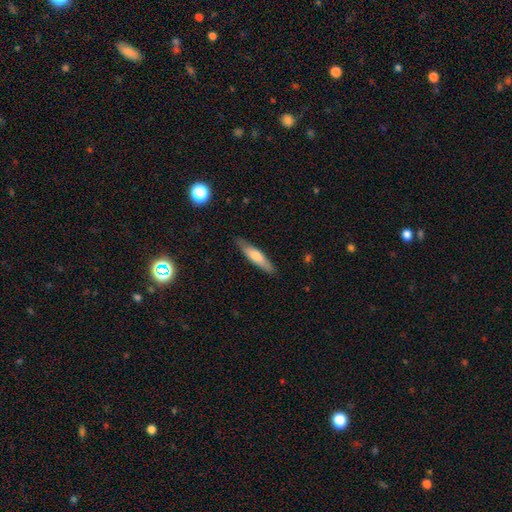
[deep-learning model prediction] The model was most divided on "smooth or featured": smooth: 58%, featured or disk: 35%, star or artifact: 7%. More confident: merging — none (86%); how rounded — cigar-shaped (81%).